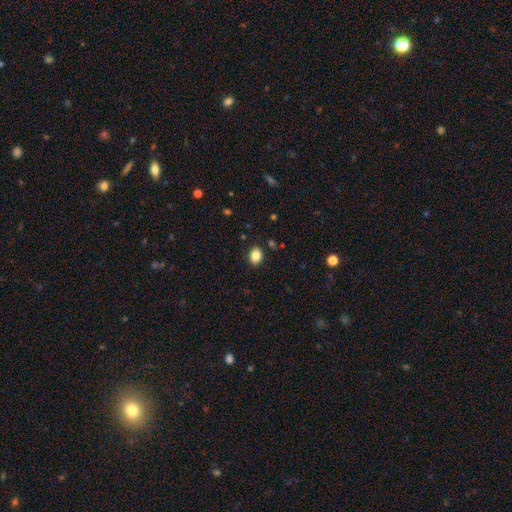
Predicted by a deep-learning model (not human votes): This appears to be a smooth galaxy with no disk features (85%) that is in between round and cigar-shaped (53%). Merging: none (89%).